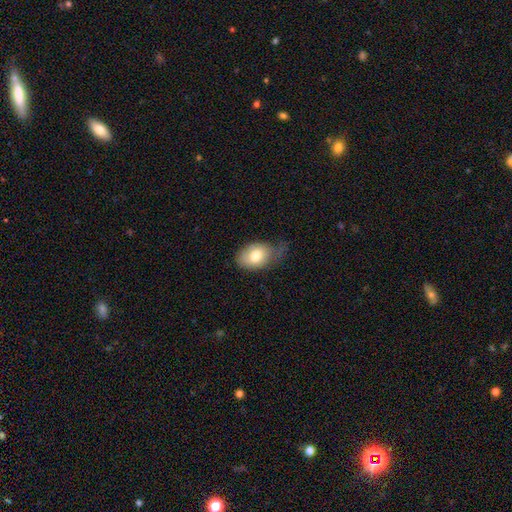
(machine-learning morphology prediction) smooth-or-featured: smooth: 77% | featured or disk: 16% | star or artifact: 7%
  how-rounded: in between: 82% | round: 16% | cigar-shaped: 1%
  merging: minor disturbance: 41% | none: 38% | major disturbance: 19% | merger: 2%